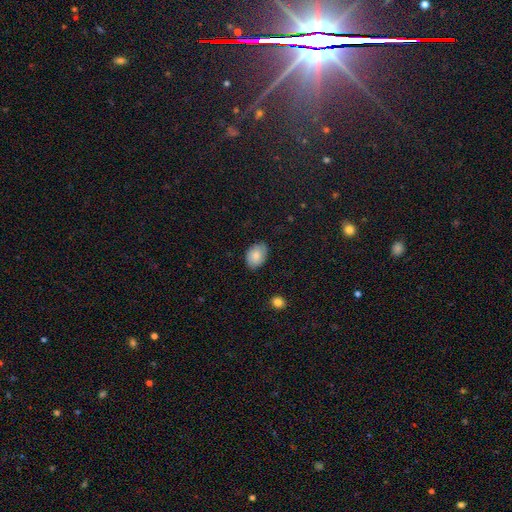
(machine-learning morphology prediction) Smooth or featured? smooth (82%)
How rounded? in between (81%)
Merging? none (79%)